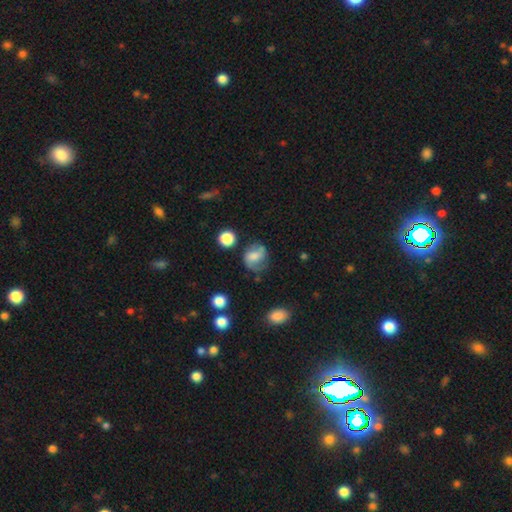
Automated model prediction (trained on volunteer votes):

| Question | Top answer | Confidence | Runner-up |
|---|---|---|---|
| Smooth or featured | smooth | 46% | featured or disk (44%) |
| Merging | none | 56% | minor disturbance (26%) |